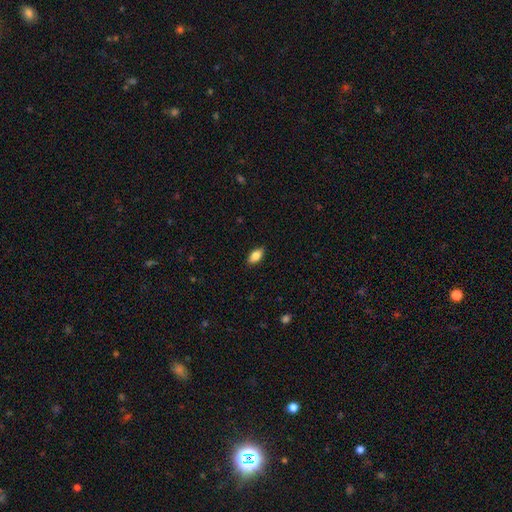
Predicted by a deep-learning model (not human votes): This is clearly a smooth galaxy (84%). How rounded: clearly in between (90%). Merging: clearly none (88%).